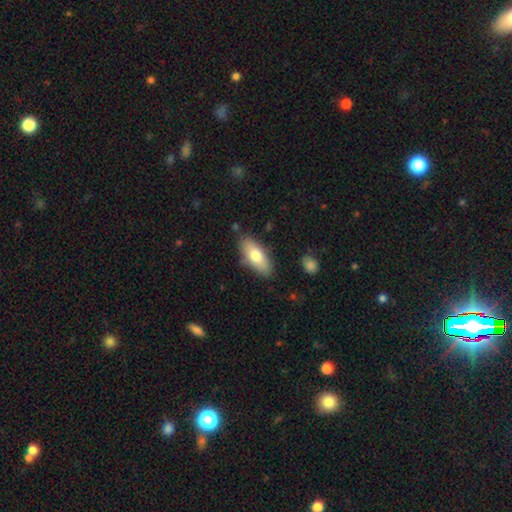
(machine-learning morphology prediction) A smooth galaxy with no disk features (73%) that is in between round and cigar-shaped (77%).

Vote fractions:
- Smooth or featured? smooth: 73% / featured or disk: 21% / star or artifact: 6%
- How rounded? in between: 77% / cigar-shaped: 20% / round: 3%
- Merging? none: 81% / minor disturbance: 13% / major disturbance: 3% / merger: 3%